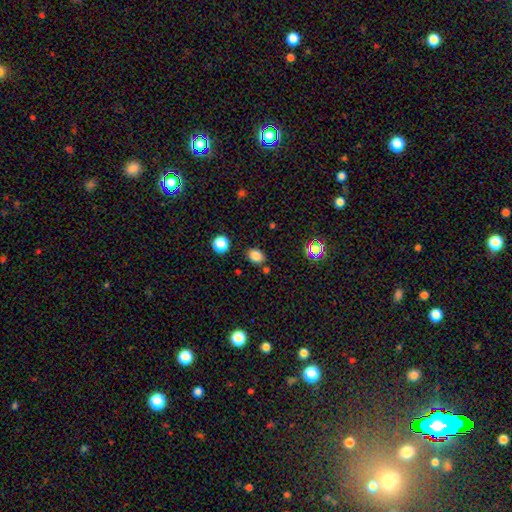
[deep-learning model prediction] Smooth or featured?
  - smooth: 81% *
  - star or artifact: 13%
  - featured or disk: 5%
How rounded?
  - in between: 65% *
  - round: 34%
  - cigar-shaped: 1%
Merging?
  - none: 80% *
  - minor disturbance: 11%
  - merger: 5%
  - major disturbance: 3%